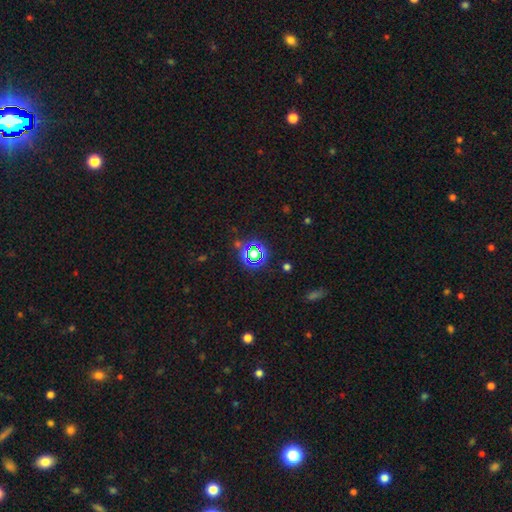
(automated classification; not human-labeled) The model was most divided on "smooth or featured": star or artifact: 72%, smooth: 19%, featured or disk: 9%.